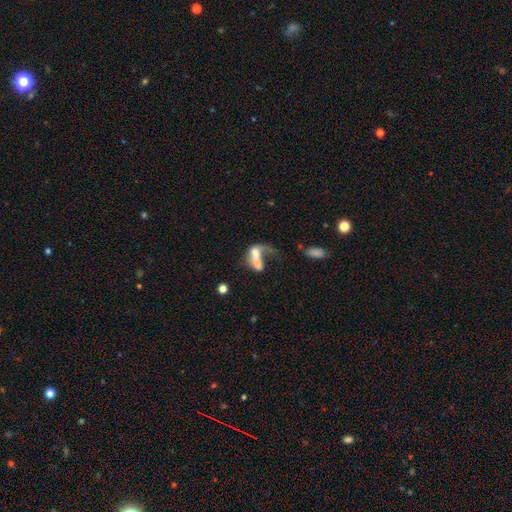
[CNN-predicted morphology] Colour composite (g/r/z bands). It shows a smooth galaxy with no disk features (48%). Merging: major disturbance (52%).